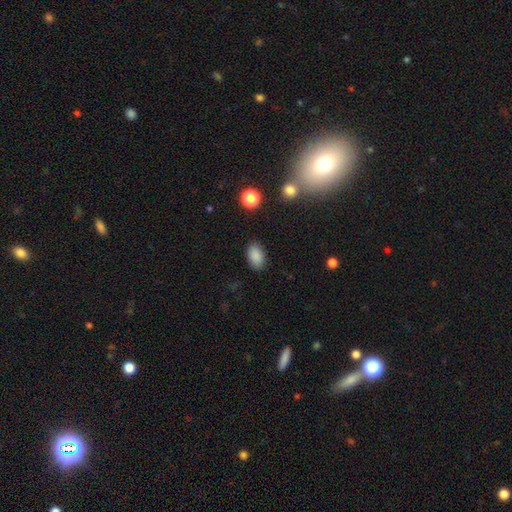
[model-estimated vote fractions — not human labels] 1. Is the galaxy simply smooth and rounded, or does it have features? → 87% smooth, 9% star or artifact, 4% featured or disk.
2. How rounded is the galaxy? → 90% in between, 9% round, 1% cigar-shaped.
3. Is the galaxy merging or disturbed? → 87% none, 9% minor disturbance, 3% major disturbance, 1% merger.